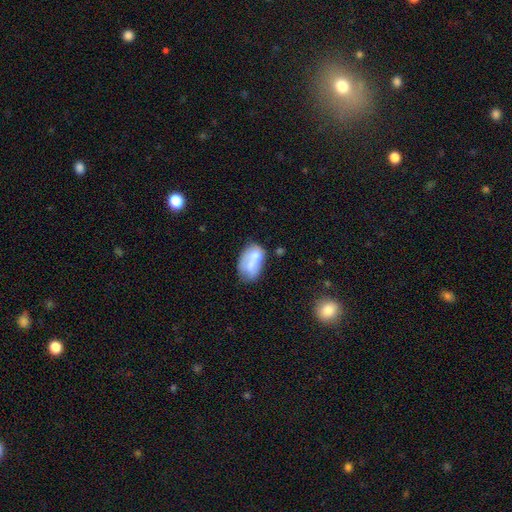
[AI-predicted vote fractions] Smooth or featured?
  - smooth: 63% *
  - featured or disk: 27%
  - star or artifact: 9%
How rounded?
  - in between: 89% *
  - round: 9%
  - cigar-shaped: 2%
Merging?
  - none: 32% *
  - minor disturbance: 29%
  - merger: 20%
  - major disturbance: 19%